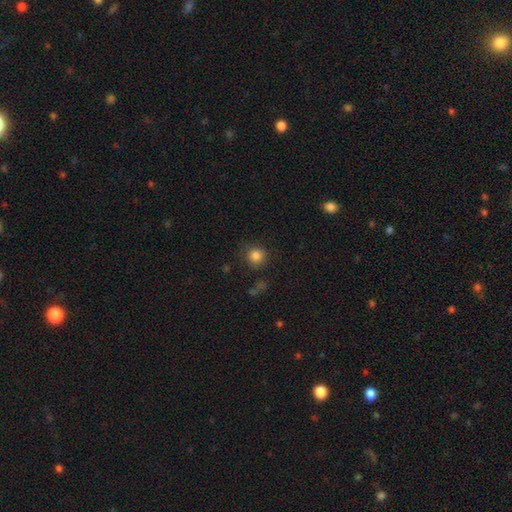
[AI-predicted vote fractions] A smooth galaxy with no disk features (84%) that is round (92%).

Vote fractions:
- Smooth or featured? smooth: 84% / star or artifact: 12% / featured or disk: 5%
- How rounded? round: 92% / in between: 7% / cigar-shaped: 1%
- Merging? none: 84% / minor disturbance: 10% / major disturbance: 4% / merger: 3%